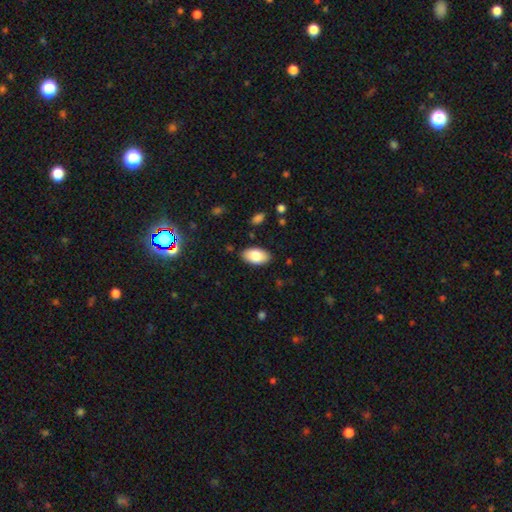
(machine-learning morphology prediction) A smooth galaxy with no disk features (82%) that is in between round and cigar-shaped (95%). Merging: none (87%).